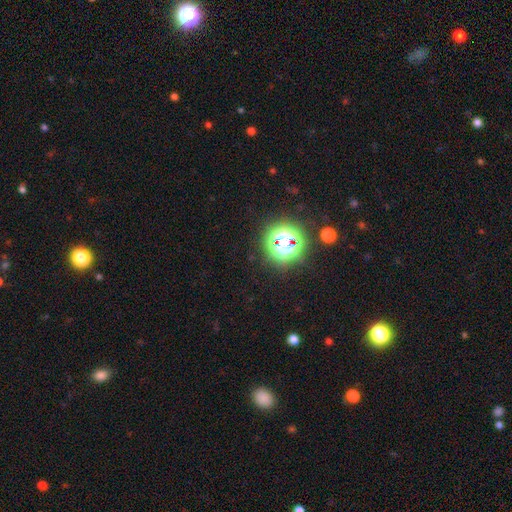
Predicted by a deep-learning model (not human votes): A star or artifact, not a galaxy (75%).

Vote fractions:
- Smooth or featured? star or artifact: 75% / smooth: 20% / featured or disk: 5%